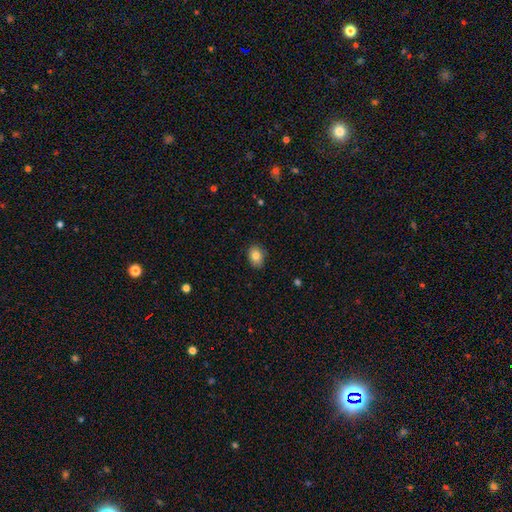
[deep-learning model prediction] This appears to be a smooth galaxy with no disk features (83%) that is in between round and cigar-shaped (69%). Merging: none (84%).